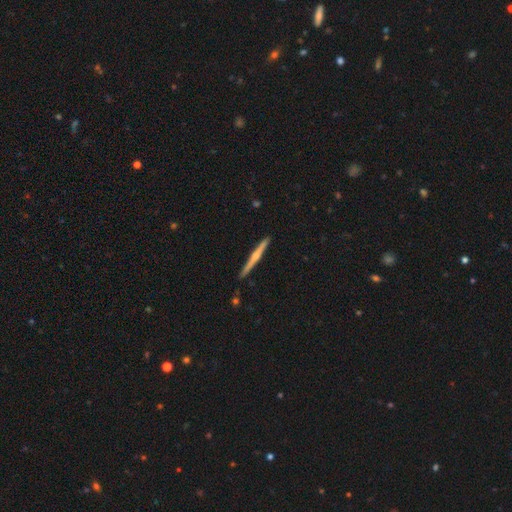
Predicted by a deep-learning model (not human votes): Q: Smooth or featured?
A: featured or disk (67%); runner-up: smooth (28%)
Q: Edge-on disk?
A: yes (98%); runner-up: no (2%)
Q: Edge-on bulge?
A: rounded (78%); runner-up: none (16%)
Q: Merging?
A: none (91%); runner-up: minor disturbance (7%)